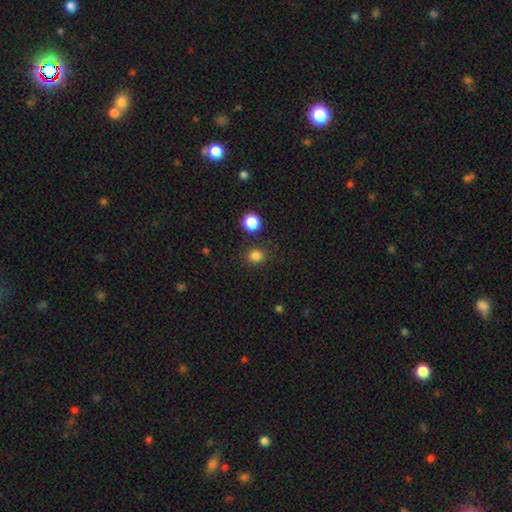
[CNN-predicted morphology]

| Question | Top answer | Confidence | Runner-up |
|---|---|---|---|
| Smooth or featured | smooth | 83% | star or artifact (14%) |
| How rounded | round | 82% | in between (17%) |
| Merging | none | 86% | minor disturbance (7%) |